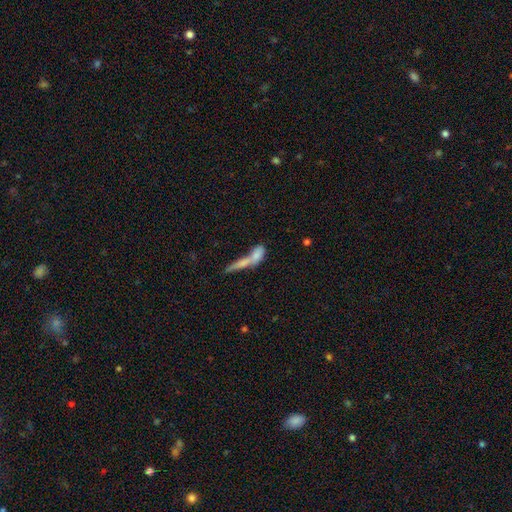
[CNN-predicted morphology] smooth-or-featured: smooth: 69% | featured or disk: 22% | star or artifact: 8%
  how-rounded: cigar-shaped: 54% | in between: 40% | round: 6%
  merging: merger: 63% | none: 22% | minor disturbance: 8% | major disturbance: 7%